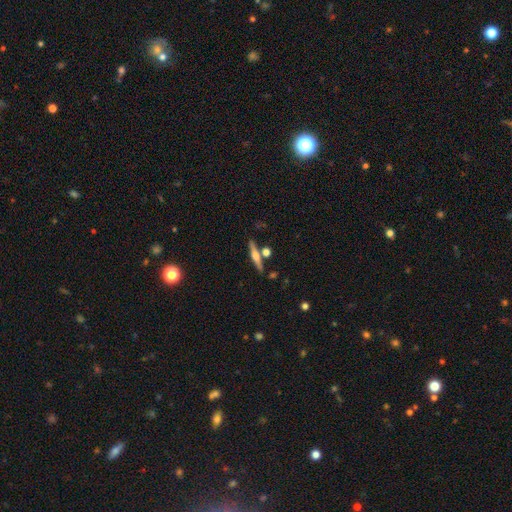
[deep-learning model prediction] Overall: featured or disk (66%; smooth 27%). Edge-on disk: yes (97%). Edge-on bulge: rounded (91%). Merging: none (78%).